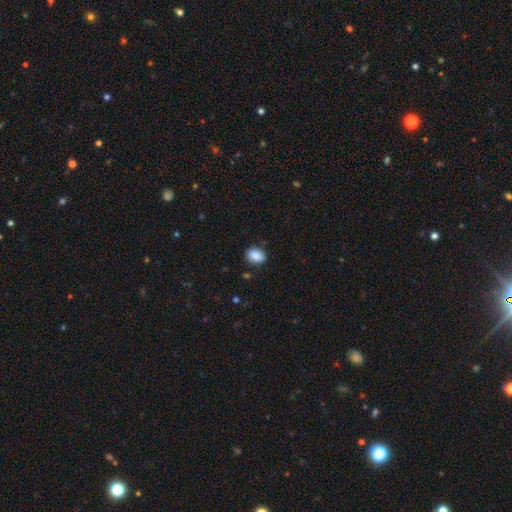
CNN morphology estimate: smooth-or-featured: smooth: 88% | star or artifact: 8% | featured or disk: 4%
  how-rounded: in between: 67% | round: 31% | cigar-shaped: 1%
  merging: none: 85% | minor disturbance: 11% | major disturbance: 2% | merger: 1%